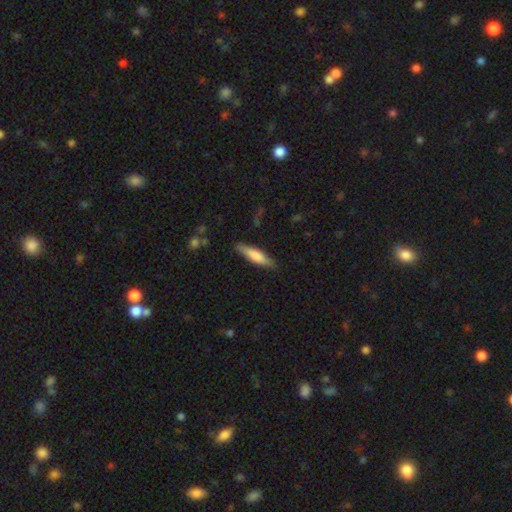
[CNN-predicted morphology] This appears to be a smooth galaxy with no disk features (69%) that is cigar-shaped (75%). Merging: none (84%).